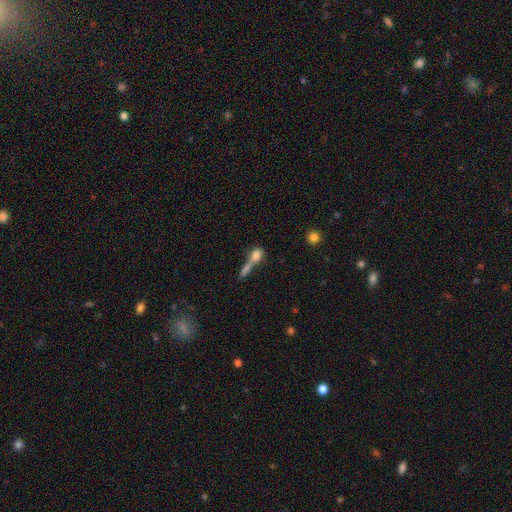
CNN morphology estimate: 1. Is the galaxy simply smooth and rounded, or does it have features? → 74% smooth, 16% featured or disk, 10% star or artifact.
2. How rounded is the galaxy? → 57% in between, 24% round, 19% cigar-shaped.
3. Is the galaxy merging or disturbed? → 60% merger, 25% none, 8% minor disturbance, 8% major disturbance.